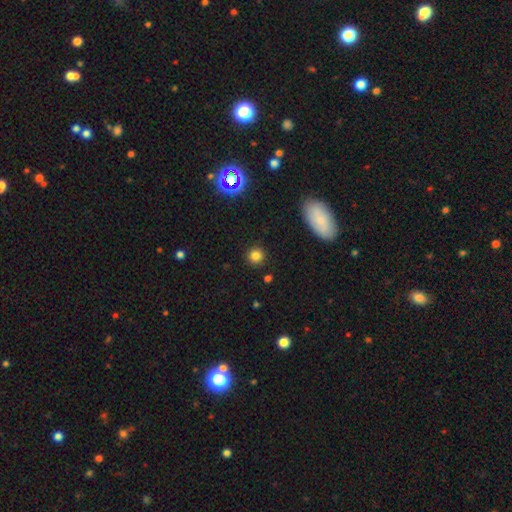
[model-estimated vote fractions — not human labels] The model was most divided on "smooth or featured": smooth: 81%, star or artifact: 14%, featured or disk: 5%. More confident: how rounded — round (92%); merging — none (89%).